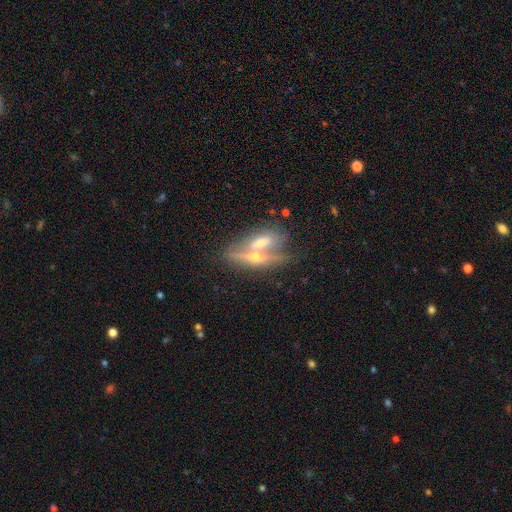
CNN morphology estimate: Q: Smooth or featured?
A: featured or disk (65%); runner-up: smooth (28%)
Q: Edge-on disk?
A: yes (72%); runner-up: no (28%)
Q: Merging?
A: merger (59%); runner-up: none (29%)